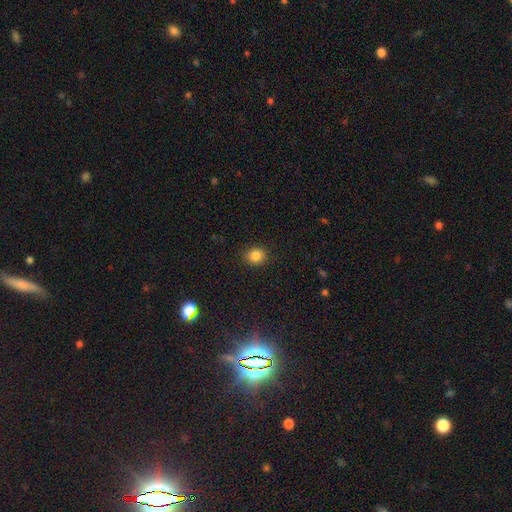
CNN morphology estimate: A smooth galaxy with no disk features (84%) that is round (75%).

Vote fractions:
- Smooth or featured? smooth: 84% / star or artifact: 11% / featured or disk: 5%
- How rounded? round: 75% / in between: 24% / cigar-shaped: 1%
- Merging? none: 89% / minor disturbance: 7% / major disturbance: 2% / merger: 1%